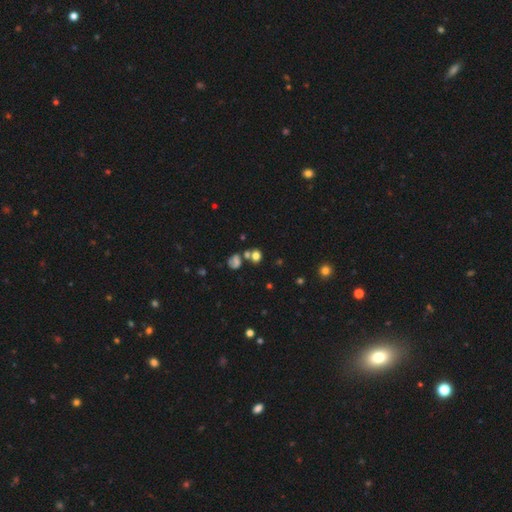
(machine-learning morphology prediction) This is likely a smooth galaxy (71%). How rounded: likely round (69%). Merging: possibly none (55%).